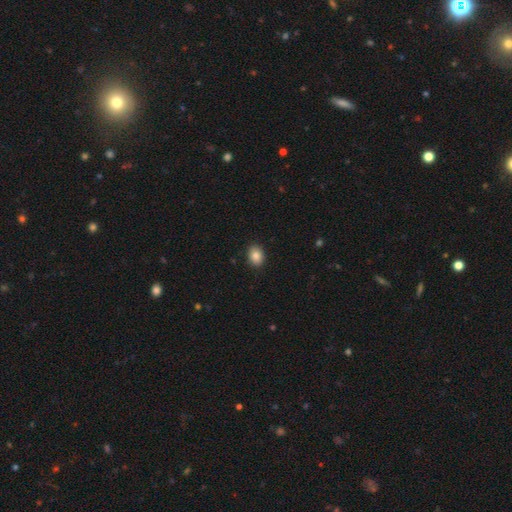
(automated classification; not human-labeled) Smooth or featured?
  - smooth: 87% *
  - star or artifact: 9%
  - featured or disk: 5%
How rounded?
  - in between: 68% *
  - round: 31%
  - cigar-shaped: 1%
Merging?
  - none: 89% *
  - minor disturbance: 8%
  - major disturbance: 2%
  - merger: 1%